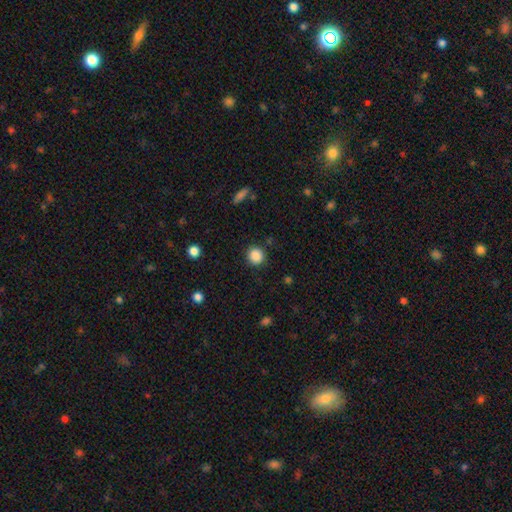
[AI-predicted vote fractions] Smooth or featured: smooth — 87% (star or artifact — 10%)
How rounded: round — 92% (in between — 7%)
Merging: none — 89% (minor disturbance — 7%)